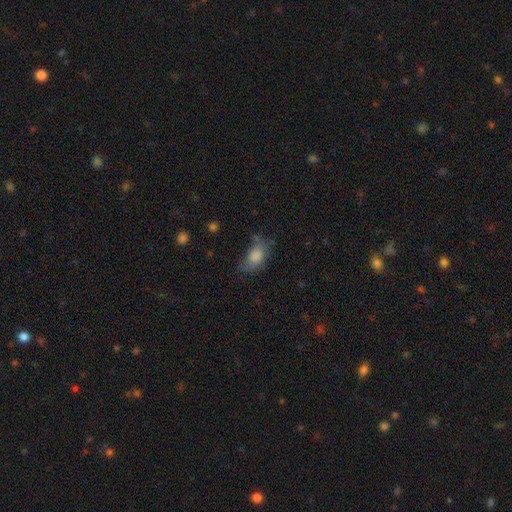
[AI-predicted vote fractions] The model was most divided on "merging": none: 47%, minor disturbance: 32%, major disturbance: 17%, merger: 3%. More confident: how rounded — in between (86%); smooth or featured — smooth (76%).